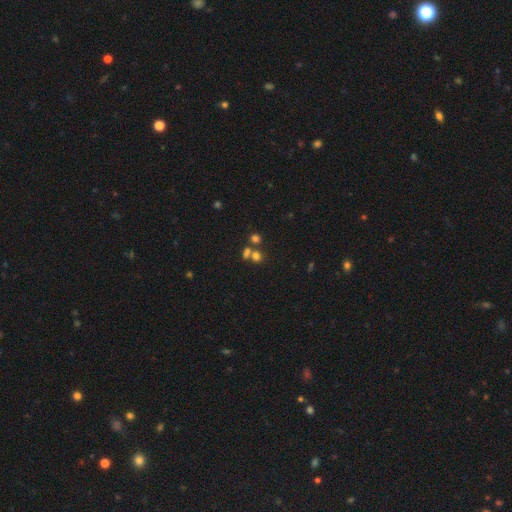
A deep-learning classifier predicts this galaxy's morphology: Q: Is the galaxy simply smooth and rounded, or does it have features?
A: smooth — 67%.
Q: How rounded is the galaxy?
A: round — 75%.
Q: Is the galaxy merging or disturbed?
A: none — 50%.